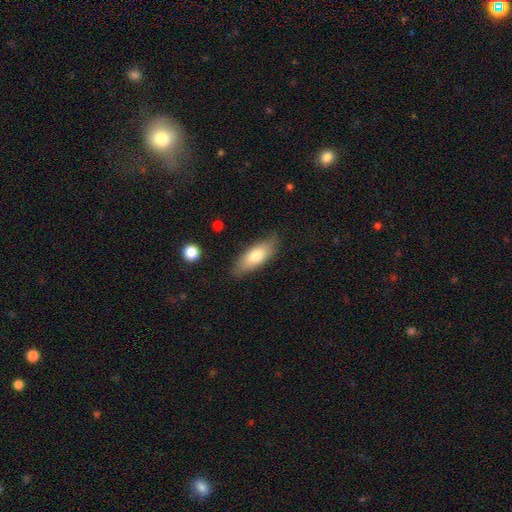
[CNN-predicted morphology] A smooth galaxy with no disk features (75%) that is in between round and cigar-shaped (70%). Merging: none (82%).